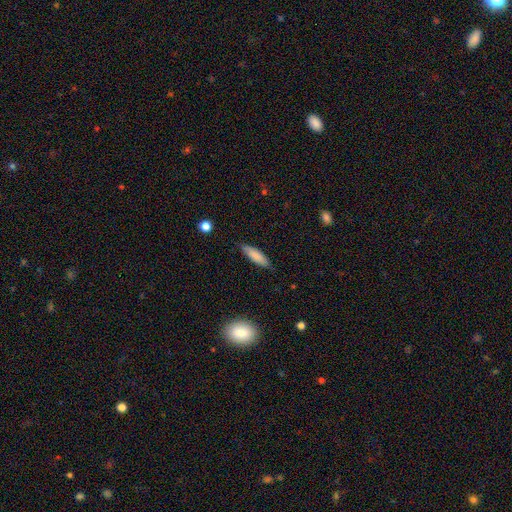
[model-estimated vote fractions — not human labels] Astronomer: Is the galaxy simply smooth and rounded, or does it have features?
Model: smooth — 83%.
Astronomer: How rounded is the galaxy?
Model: cigar-shaped — 57% (runner-up: in between, 42%).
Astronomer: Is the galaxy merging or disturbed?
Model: none — 82%.